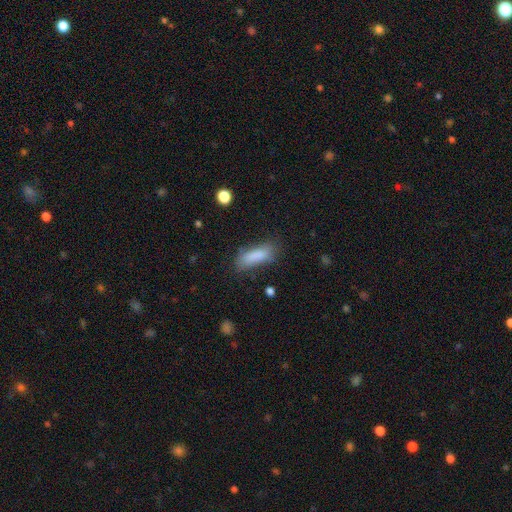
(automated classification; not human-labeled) smooth 83%, featured or disk 9%, star or artifact 8%. Down the decision tree: how rounded — in between (59%); merging — none (68%).